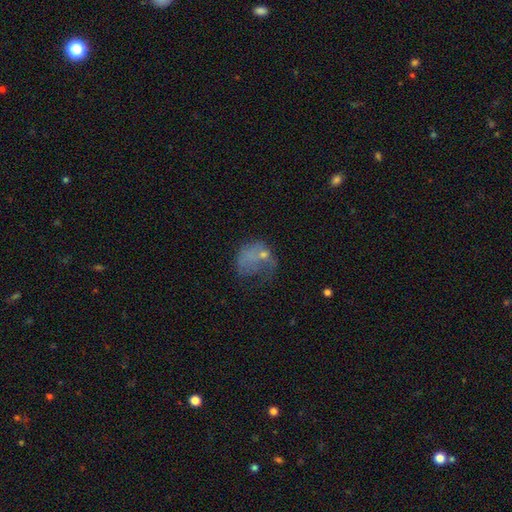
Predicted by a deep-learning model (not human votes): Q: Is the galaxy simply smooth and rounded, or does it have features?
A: smooth — 46%.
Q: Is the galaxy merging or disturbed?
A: major disturbance — 51%.